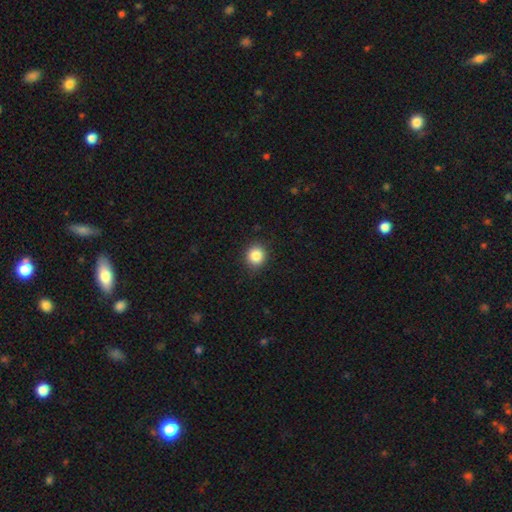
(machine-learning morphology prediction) A smooth galaxy with no disk features (86%) that is round (85%).

Vote fractions:
- Smooth or featured? smooth: 86% / star or artifact: 10% / featured or disk: 4%
- How rounded? round: 85% / in between: 14% / cigar-shaped: 1%
- Merging? none: 88% / minor disturbance: 9% / major disturbance: 2% / merger: 1%